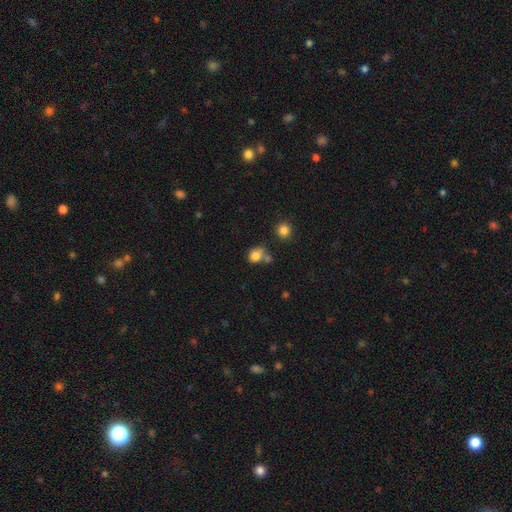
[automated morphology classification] Overall: smooth (80%). How rounded: round (64%; in between 35%). Merging: none (47%; merger 28%).